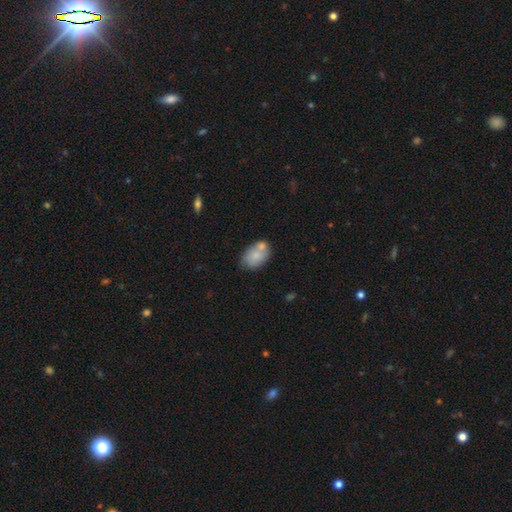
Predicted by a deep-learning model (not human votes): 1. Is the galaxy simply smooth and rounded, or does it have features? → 75% smooth, 17% featured or disk, 7% star or artifact.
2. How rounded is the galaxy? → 87% in between, 12% round, 1% cigar-shaped.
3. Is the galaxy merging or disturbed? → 46% none, 29% merger, 19% minor disturbance, 5% major disturbance.